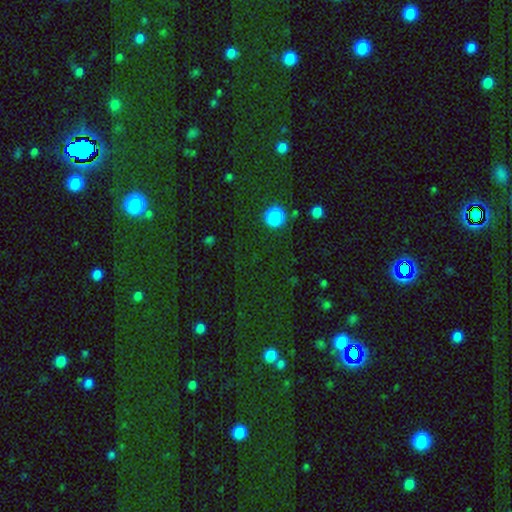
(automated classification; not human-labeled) The model was most divided on "smooth or featured": star or artifact: 54%, smooth: 39%, featured or disk: 7%.